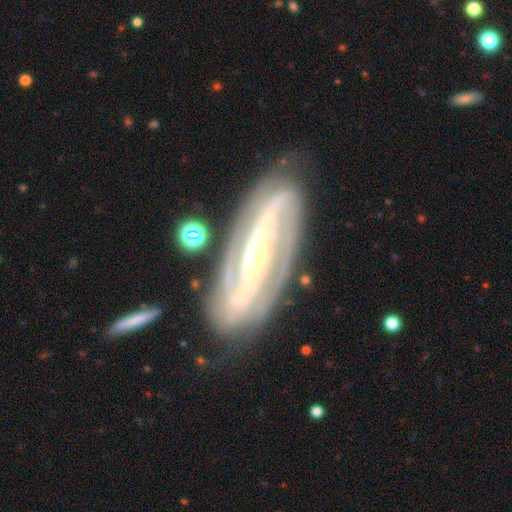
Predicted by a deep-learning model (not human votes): This is clearly a featured or disk galaxy (90%). It is clearly not viewed edge-on (92%). Bar: possibly strong (52%). Spiral arm pattern: clearly yes (97%). Spiral arm count: clearly 2 (81%). Spiral winding: possibly tight (56%). Central bulge: likely small (62%). Merging: likely none (78%).